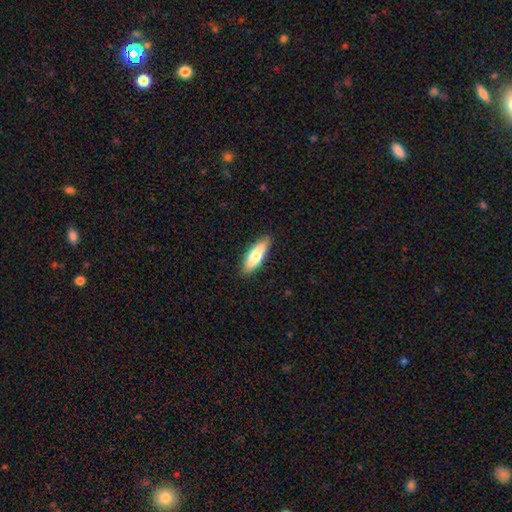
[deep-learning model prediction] Morphology: type=smooth (74%); roundness=in between (51%); merging=none (88%).